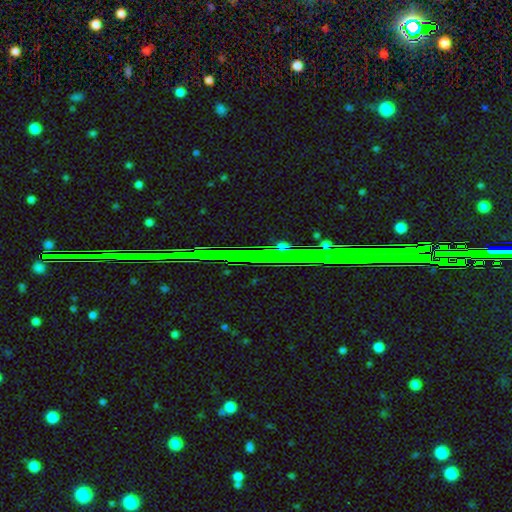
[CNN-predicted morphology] Smooth or featured? Predicted: star or artifact (p=0.76).